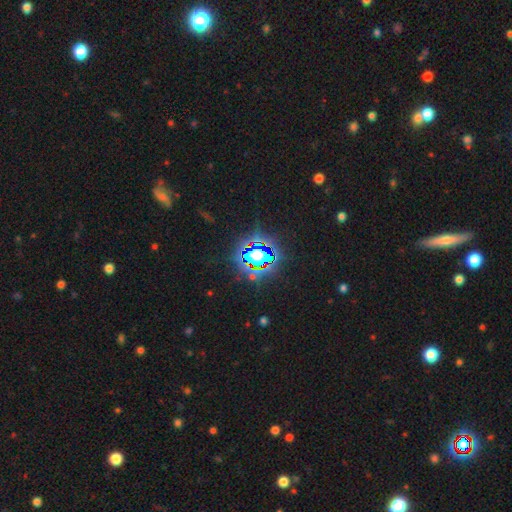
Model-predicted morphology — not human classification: Smooth or featured? Predicted: star or artifact (p=0.71).